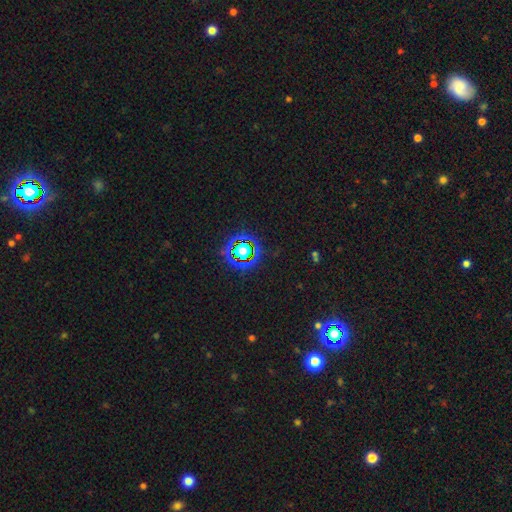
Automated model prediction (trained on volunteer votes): A star or artifact, not a galaxy (79%).

Vote fractions:
- Smooth or featured? star or artifact: 79% / smooth: 13% / featured or disk: 8%